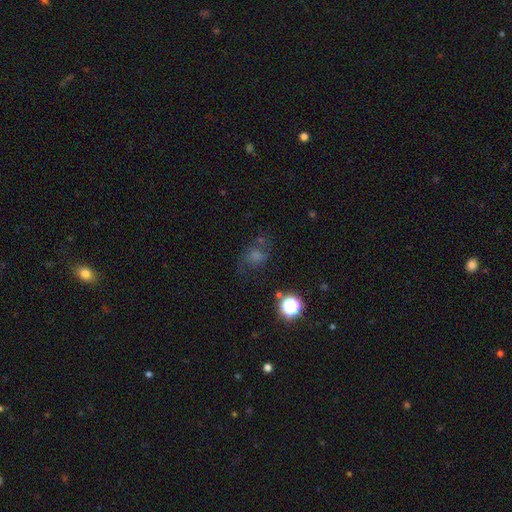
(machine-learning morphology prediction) A smooth galaxy with no disk features (38%). Merging: none (60%).